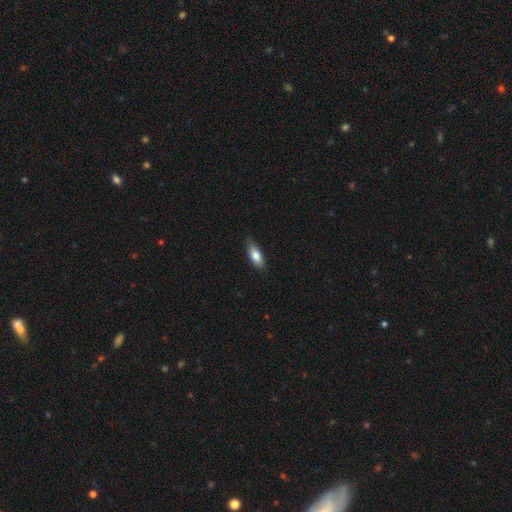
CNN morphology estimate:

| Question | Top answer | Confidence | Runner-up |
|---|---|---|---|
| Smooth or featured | smooth | 79% | featured or disk (15%) |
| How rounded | in between | 75% | cigar-shaped (22%) |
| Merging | none | 77% | minor disturbance (19%) |